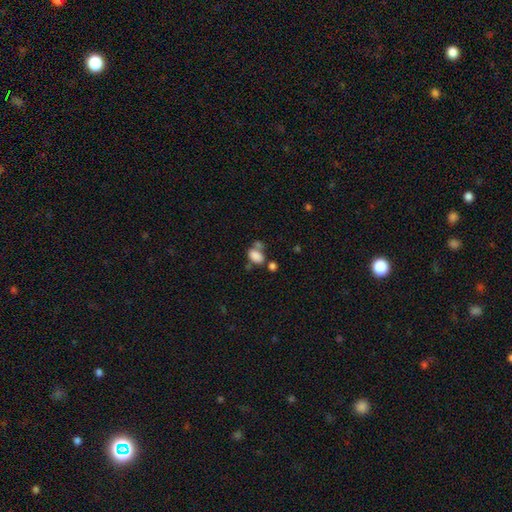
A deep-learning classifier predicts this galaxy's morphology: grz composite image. It shows a smooth galaxy with no disk features (81%) that is in between round and cigar-shaped (84%). Merging: none (38%).